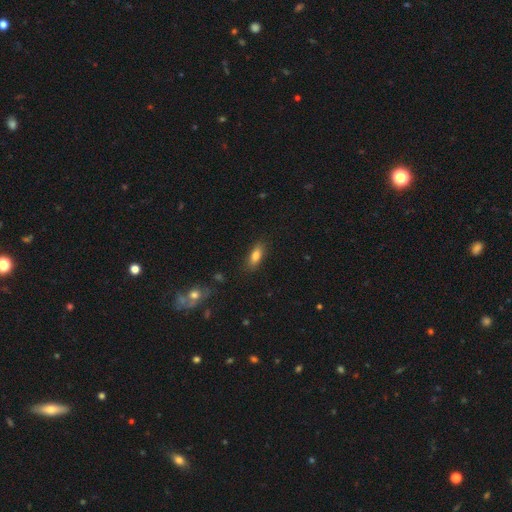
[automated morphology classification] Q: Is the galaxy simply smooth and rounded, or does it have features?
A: smooth — 79%.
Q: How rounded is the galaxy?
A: in between — 73%.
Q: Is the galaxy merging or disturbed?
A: none — 85%.